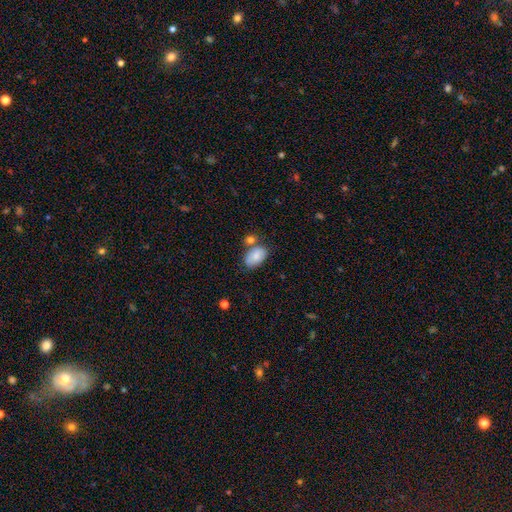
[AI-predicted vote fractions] The model was most divided on "merging": none: 59%, minor disturbance: 18%, merger: 18%, major disturbance: 5%. More confident: how rounded — in between (92%); smooth or featured — smooth (82%).